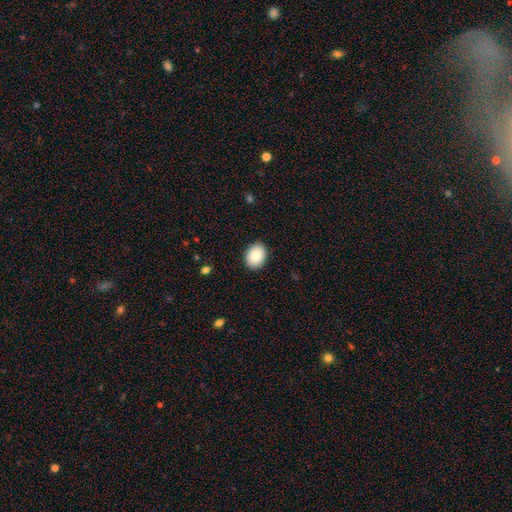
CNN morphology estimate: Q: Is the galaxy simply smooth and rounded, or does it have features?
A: smooth — 87%.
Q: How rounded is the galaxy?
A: in between — 57%.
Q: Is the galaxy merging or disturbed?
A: none — 90%.